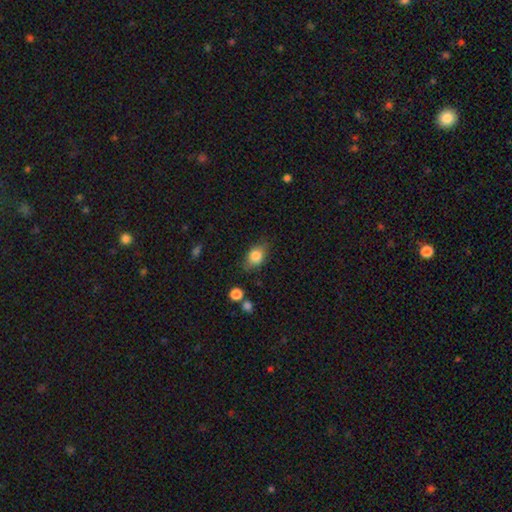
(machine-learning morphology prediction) This appears to be a smooth galaxy with no disk features (82%) that is in between round and cigar-shaped (73%). Merging: none (73%).